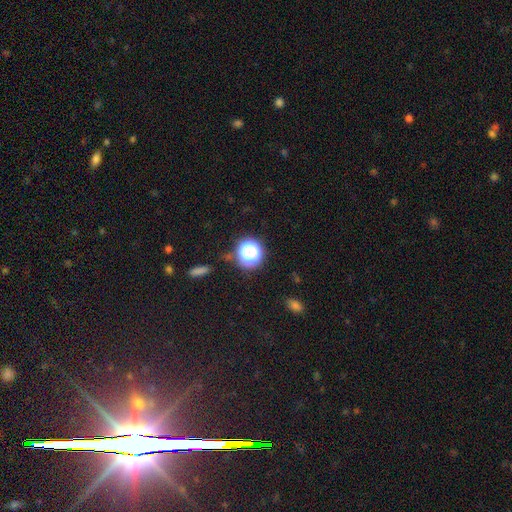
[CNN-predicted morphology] Overall: star or artifact (80%).